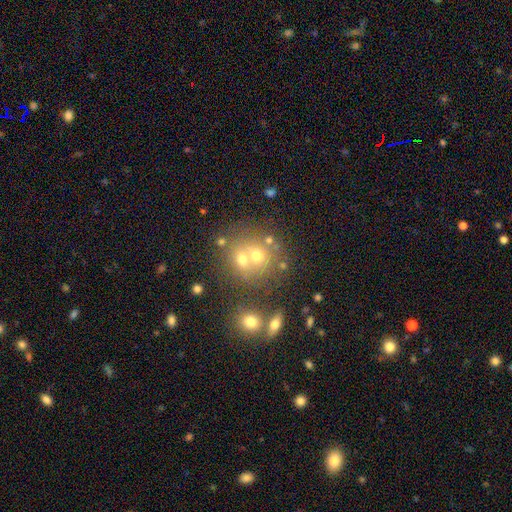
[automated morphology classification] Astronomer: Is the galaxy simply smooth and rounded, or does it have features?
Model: smooth — 54%.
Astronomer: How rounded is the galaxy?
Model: round — 80%.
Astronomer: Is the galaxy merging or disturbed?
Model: merger — 44% (runner-up: none, 43%).